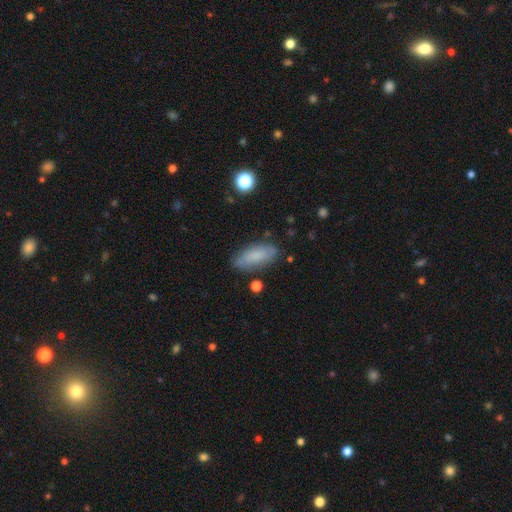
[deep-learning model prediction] Overall: smooth (82%). How rounded: in between (75%). Merging: none (80%).